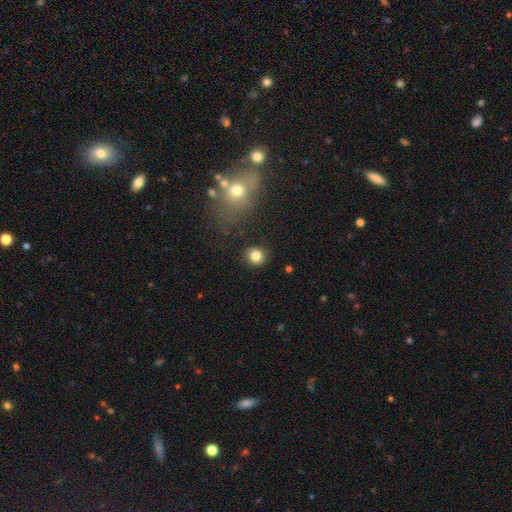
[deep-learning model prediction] Q: Smooth or featured?
A: smooth (82%); runner-up: star or artifact (11%)
Q: How rounded?
A: round (85%); runner-up: in between (14%)
Q: Merging?
A: none (88%); runner-up: minor disturbance (7%)